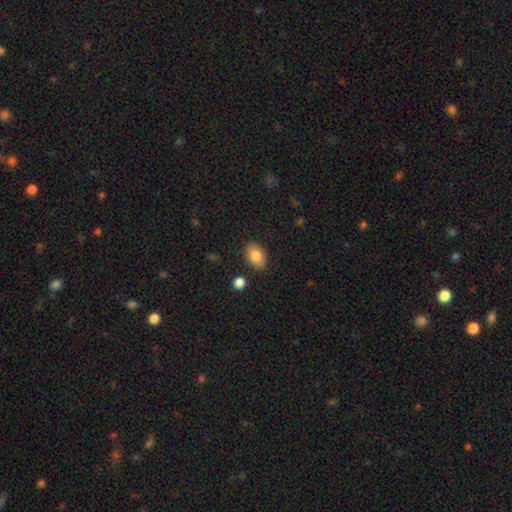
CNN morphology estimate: type=smooth (83%); roundness=in between (79%); merging=none (86%).